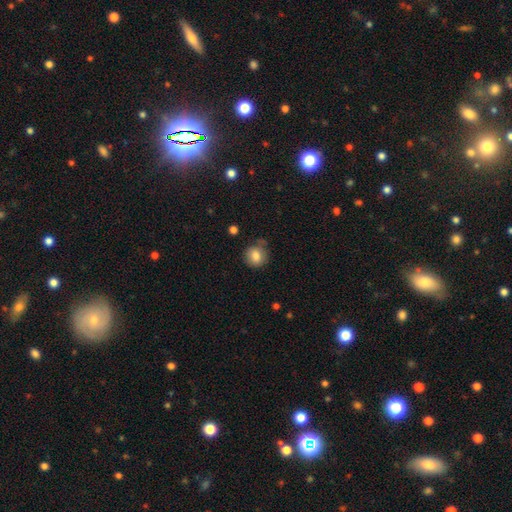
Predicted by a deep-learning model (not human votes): The model was most divided on "merging": none: 73%, minor disturbance: 19%, major disturbance: 5%, merger: 4%. More confident: how rounded — round (83%); smooth or featured — smooth (82%).